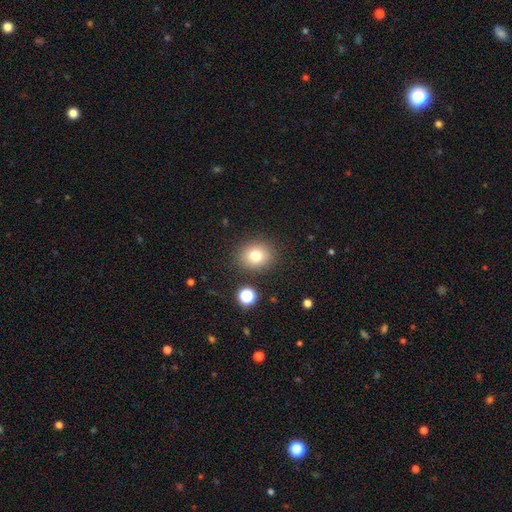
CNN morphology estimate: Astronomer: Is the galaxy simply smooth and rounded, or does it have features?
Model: smooth — 76%.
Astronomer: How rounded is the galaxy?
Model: round — 74%.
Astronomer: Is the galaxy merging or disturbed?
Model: none — 86%.